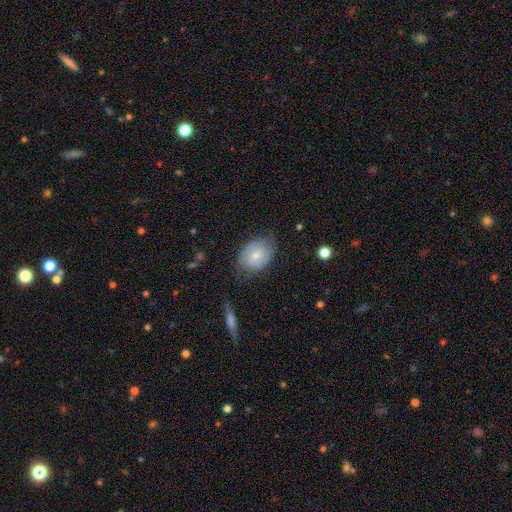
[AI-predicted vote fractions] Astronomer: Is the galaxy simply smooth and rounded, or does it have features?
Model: smooth — 61%.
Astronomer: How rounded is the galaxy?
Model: in between — 69%.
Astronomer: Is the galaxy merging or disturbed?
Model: none — 65%.